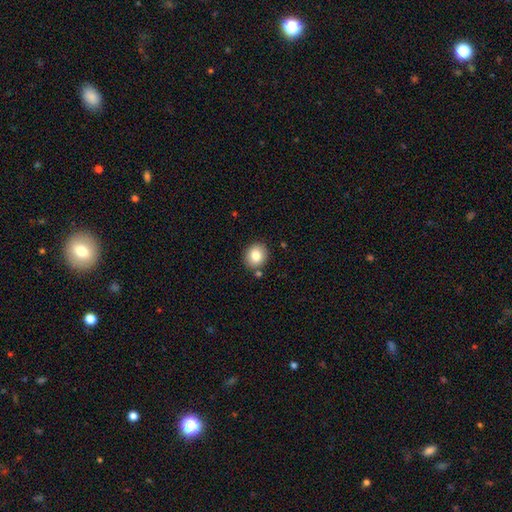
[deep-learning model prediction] Smooth or featured: smooth — 83% (star or artifact — 9%)
How rounded: round — 78% (in between — 21%)
Merging: none — 84% (minor disturbance — 9%)